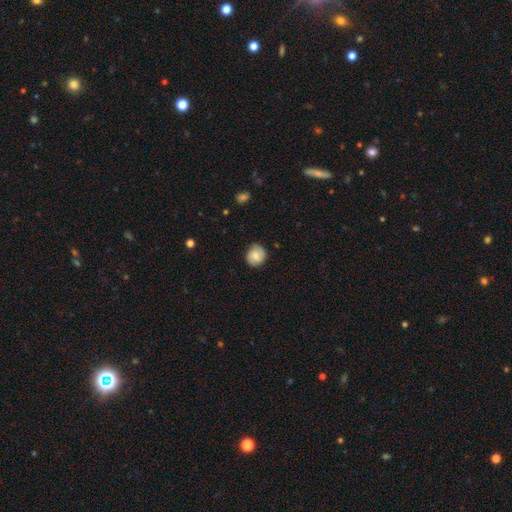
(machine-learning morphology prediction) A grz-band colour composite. It shows a smooth galaxy with no disk features (73%) that is round (83%). Merging: none (79%).